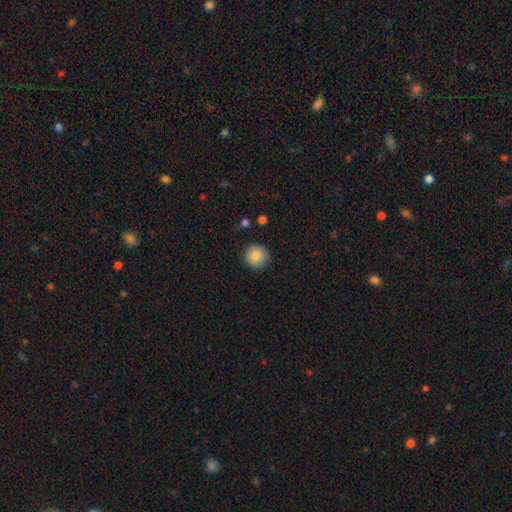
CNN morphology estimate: This appears to be a smooth galaxy with no disk features (86%) that is round (93%). Merging: none (86%).